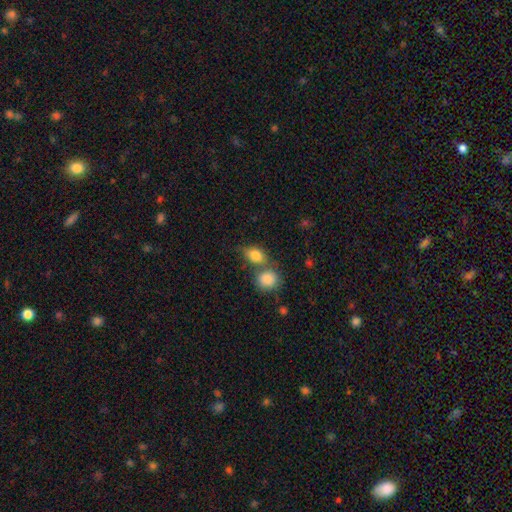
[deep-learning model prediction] Smooth or featured?
  - smooth: 83% *
  - featured or disk: 9%
  - star or artifact: 8%
How rounded?
  - in between: 72% *
  - round: 25%
  - cigar-shaped: 3%
Merging?
  - merger: 45% *
  - none: 38%
  - minor disturbance: 12%
  - major disturbance: 5%